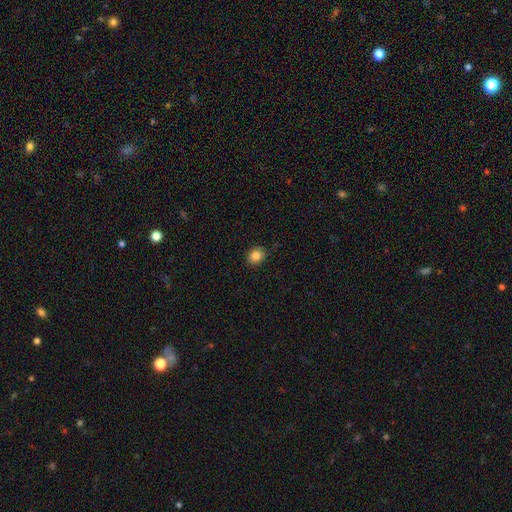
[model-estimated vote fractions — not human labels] Q: Smooth or featured?
A: smooth (85%); runner-up: star or artifact (10%)
Q: How rounded?
A: round (65%); runner-up: in between (34%)
Q: Merging?
A: none (88%); runner-up: minor disturbance (9%)